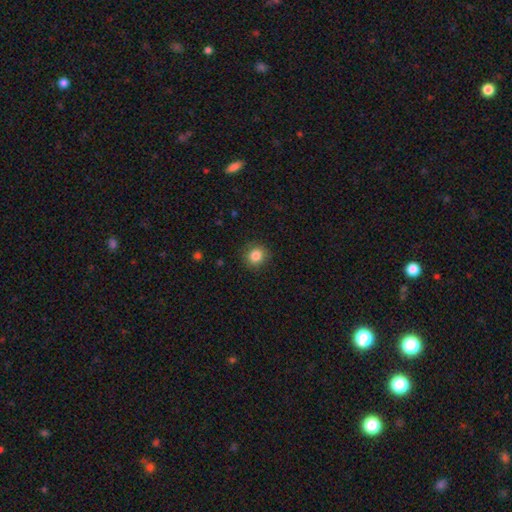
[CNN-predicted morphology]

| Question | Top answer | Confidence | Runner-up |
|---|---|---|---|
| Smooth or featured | smooth | 85% | star or artifact (10%) |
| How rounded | round | 87% | in between (12%) |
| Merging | none | 88% | minor disturbance (8%) |